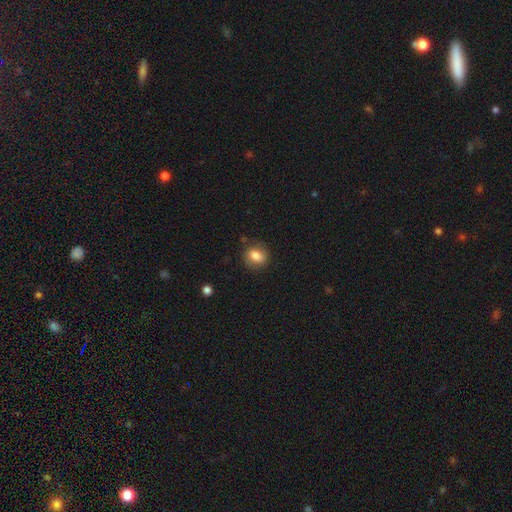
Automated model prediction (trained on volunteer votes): Smooth or featured: smooth — 76% (featured or disk — 15%)
How rounded: in between — 54% (round — 45%)
Merging: none — 76% (minor disturbance — 17%)